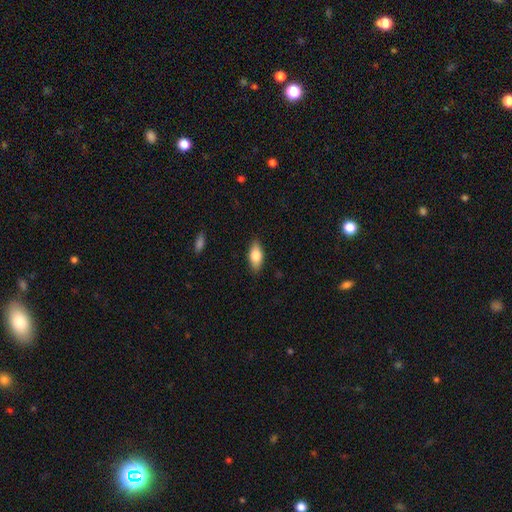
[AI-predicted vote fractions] Smooth or featured: smooth — 76% (featured or disk — 17%)
How rounded: in between — 85% (cigar-shaped — 11%)
Merging: none — 87% (minor disturbance — 10%)